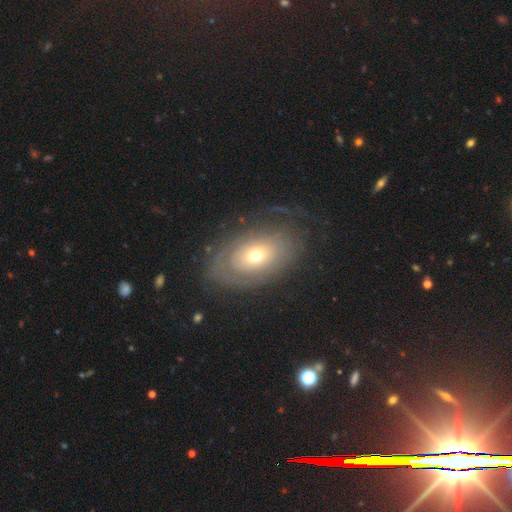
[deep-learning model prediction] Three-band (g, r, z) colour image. It shows a featured or disk galaxy (59%) with no bar (88%), no spiral arms (51%) and a moderate central bulge (63%). Merging: none (68%).